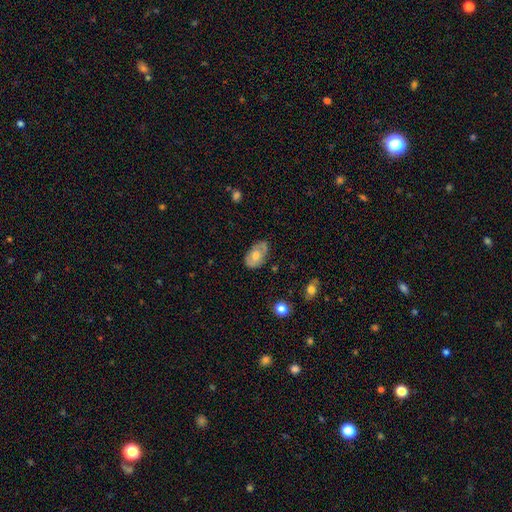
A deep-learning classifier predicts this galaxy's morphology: Smooth or featured?
  - smooth: 48% *
  - featured or disk: 45%
  - star or artifact: 7%
Merging?
  - none: 71% *
  - minor disturbance: 22%
  - major disturbance: 5%
  - merger: 2%